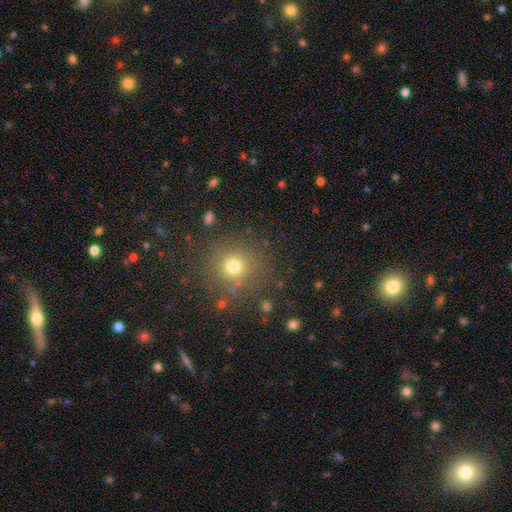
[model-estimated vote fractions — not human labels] smooth 63%, star or artifact 29%, featured or disk 8%. Down the decision tree: how rounded — round (91%); merging — none (86%).